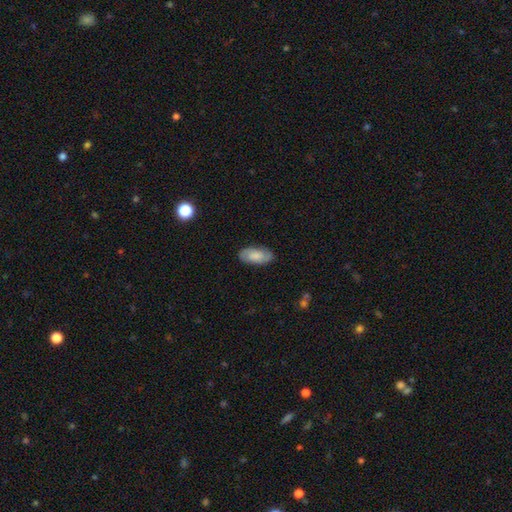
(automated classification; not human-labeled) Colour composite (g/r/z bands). It shows a smooth galaxy with no disk features (51%) that is in between round and cigar-shaped (93%). Merging: none (84%).